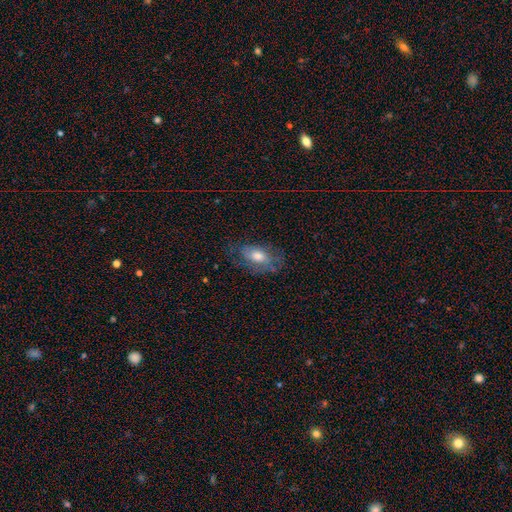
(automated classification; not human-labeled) This appears to be a smooth galaxy with no disk features (50%) that is in between round and cigar-shaped (87%). Merging: none (63%).